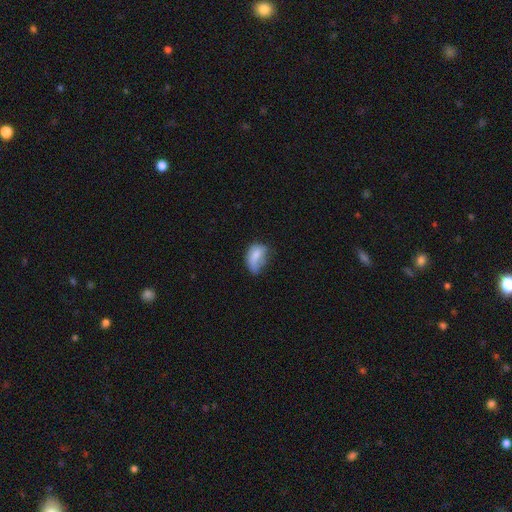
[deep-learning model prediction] Smooth or featured?
  - smooth: 71% *
  - featured or disk: 20%
  - star or artifact: 9%
How rounded?
  - in between: 86% *
  - round: 12%
  - cigar-shaped: 2%
Merging?
  - minor disturbance: 39% *
  - major disturbance: 29%
  - none: 27%
  - merger: 5%